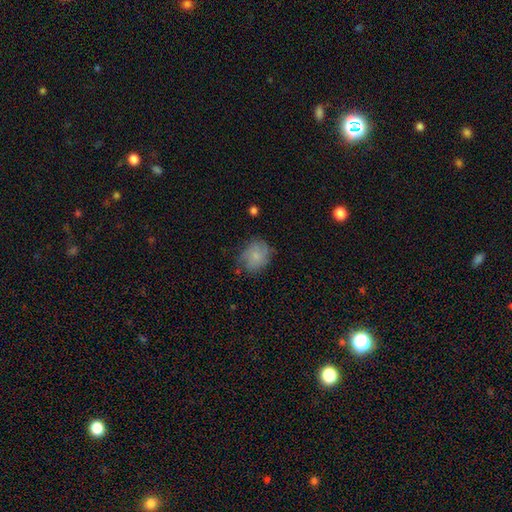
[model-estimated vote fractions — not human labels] Smooth or featured? smooth (71%)
How rounded? round (59%)
Merging? none (62%)